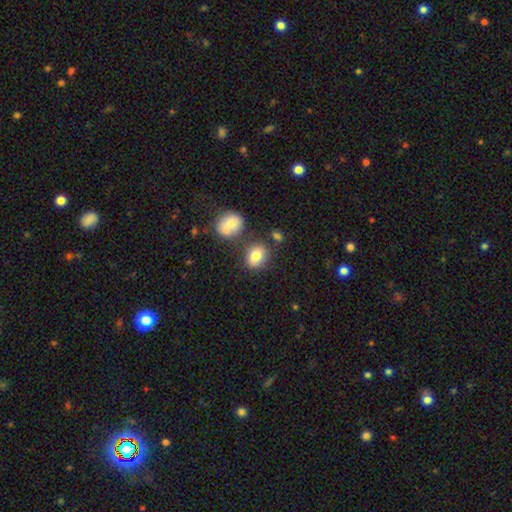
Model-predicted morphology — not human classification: Overall: smooth (81%). How rounded: in between (66%; round 32%). Merging: none (71%).